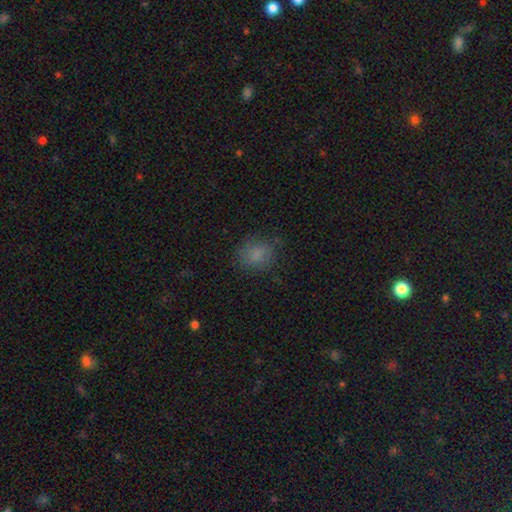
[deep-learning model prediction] Smooth or featured?
  - smooth: 81% *
  - star or artifact: 12%
  - featured or disk: 8%
How rounded?
  - round: 59% *
  - in between: 40%
  - cigar-shaped: 1%
Merging?
  - none: 76% *
  - minor disturbance: 17%
  - major disturbance: 6%
  - merger: 1%